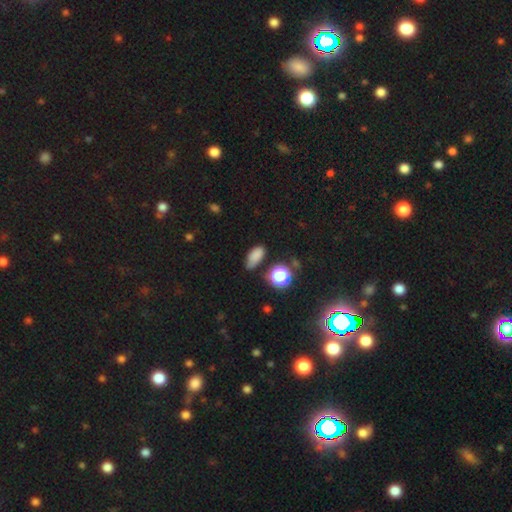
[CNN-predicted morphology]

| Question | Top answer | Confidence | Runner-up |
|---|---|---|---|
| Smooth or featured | smooth | 78% | star or artifact (16%) |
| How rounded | in between | 81% | round (10%) |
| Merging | none | 64% | minor disturbance (25%) |